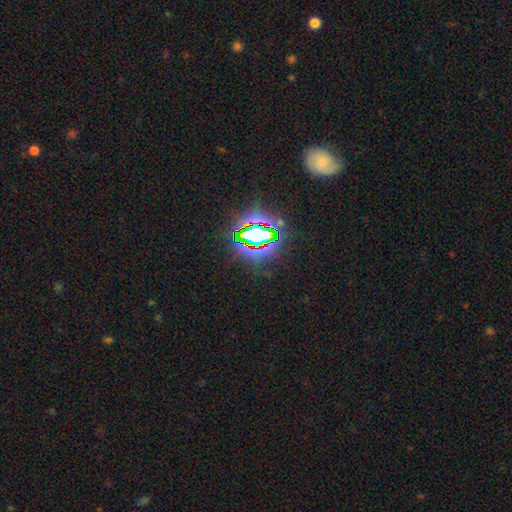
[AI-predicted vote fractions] Smooth or featured? star or artifact (80%)